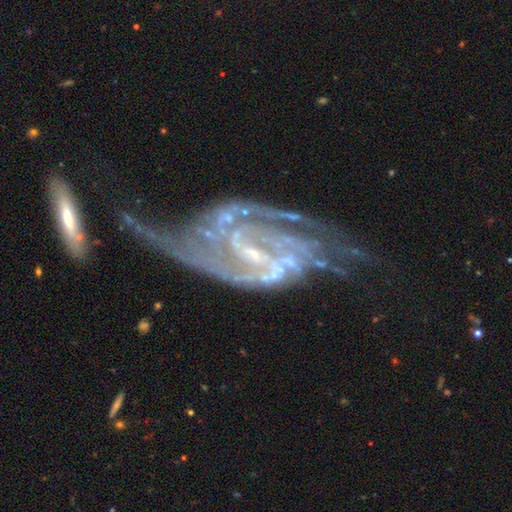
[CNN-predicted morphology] Smooth or featured?
  - featured or disk: 90% *
  - star or artifact: 6%
  - smooth: 4%
Edge-on disk?
  - no: 96% *
  - yes: 4%
Bar?
  - strong: 40% * (tied)
  - weak: 40% * (tied)
  - no: 19%
Spiral arms?
  - yes: 96% *
  - no: 4%
Spiral winding?
  - medium: 45% *
  - tight: 33%
  - loose: 22%
Spiral arm count?
  - 2: 57% *
  - can't tell: 14%
  - 3: 11%
  - 4: 7%
  - 1: 6%
  - more than 4: 6%
Bulge size?
  - small: 73% *
  - moderate: 12%
  - none: 12%
  - large: 1%
  - dominant: 1%
Merging?
  - none: 30% * (tied)
  - major disturbance: 30% * (tied)
  - minor disturbance: 20%
  - merger: 20%